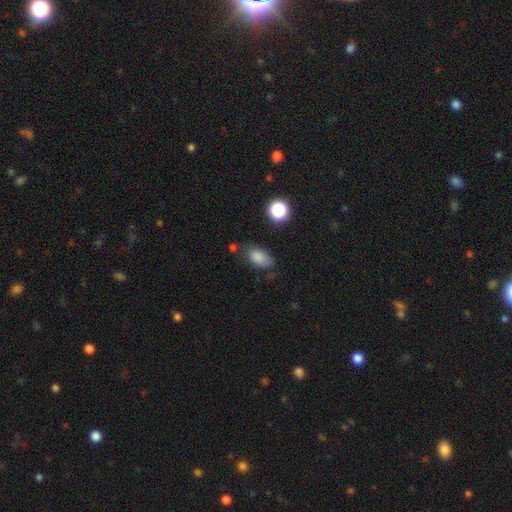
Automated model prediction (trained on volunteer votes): smooth-or-featured: smooth: 79% | star or artifact: 13% | featured or disk: 8%
  how-rounded: in between: 87% | round: 10% | cigar-shaped: 3%
  merging: none: 69% | minor disturbance: 21% | major disturbance: 6% | merger: 4%